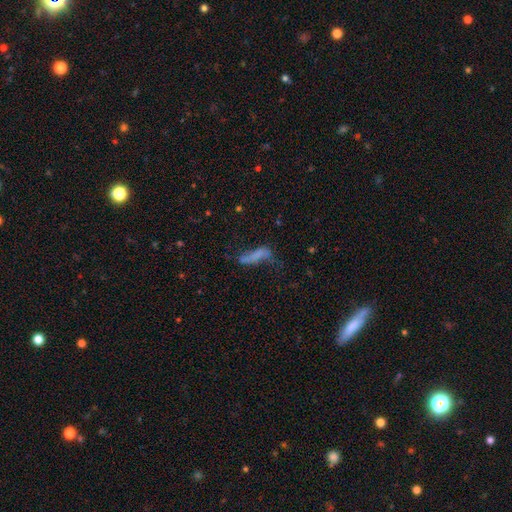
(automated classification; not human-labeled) Smooth or featured? smooth (55%)
How rounded? cigar-shaped (64%)
Merging? none (38%)